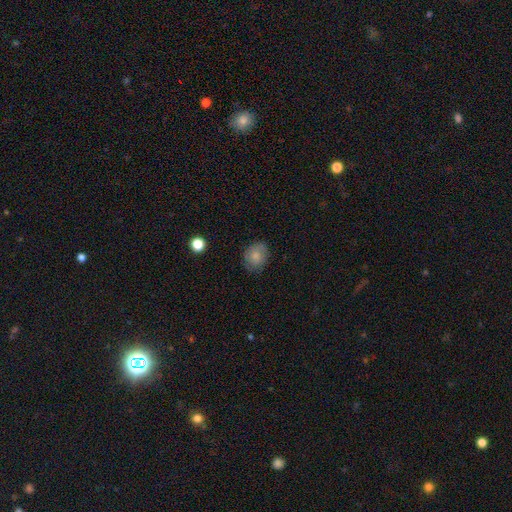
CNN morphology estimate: Smooth or featured: smooth — 76% (featured or disk — 15%)
How rounded: round — 60% (in between — 39%)
Merging: none — 75% (minor disturbance — 19%)